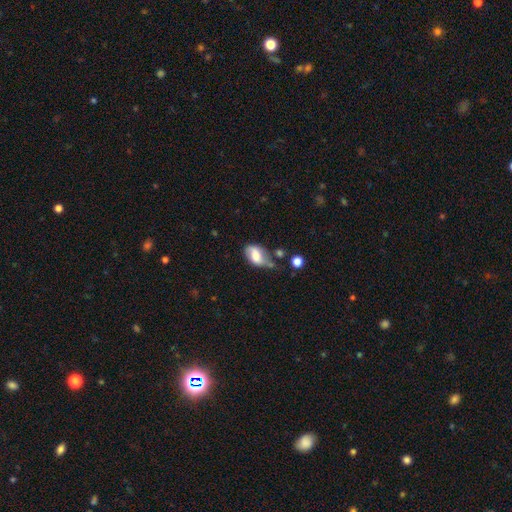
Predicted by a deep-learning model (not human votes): Q: Smooth or featured?
A: smooth (55%); runner-up: featured or disk (36%)
Q: How rounded?
A: in between (87%); runner-up: round (11%)
Q: Merging?
A: none (39%); runner-up: minor disturbance (34%)